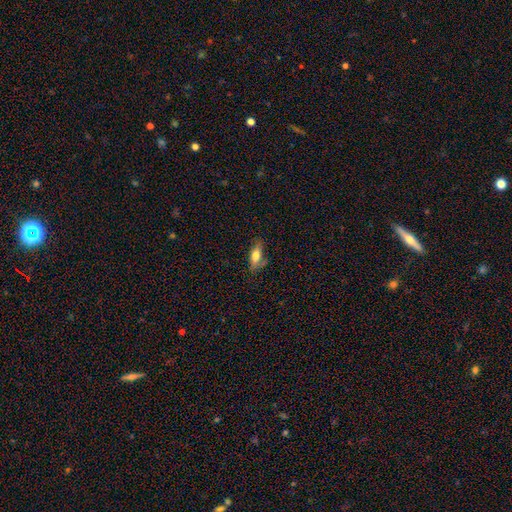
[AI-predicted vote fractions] Q: Smooth or featured?
A: smooth (70%); runner-up: featured or disk (22%)
Q: How rounded?
A: in between (72%); runner-up: cigar-shaped (25%)
Q: Merging?
A: none (66%); runner-up: minor disturbance (22%)